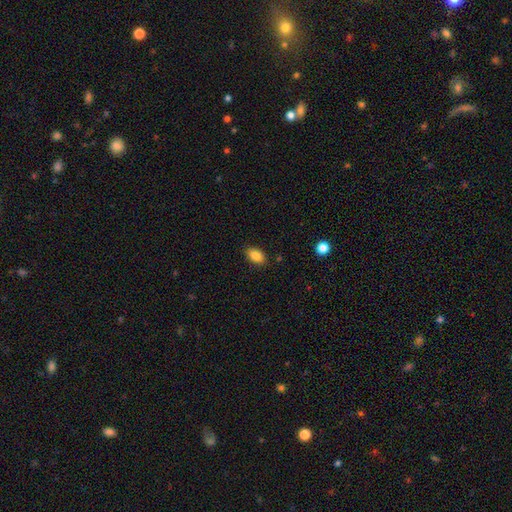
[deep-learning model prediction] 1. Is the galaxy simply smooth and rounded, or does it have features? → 87% smooth, 8% star or artifact, 5% featured or disk.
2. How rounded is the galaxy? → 90% in between, 8% round, 2% cigar-shaped.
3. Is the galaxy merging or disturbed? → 87% none, 10% minor disturbance, 2% major disturbance, 1% merger.